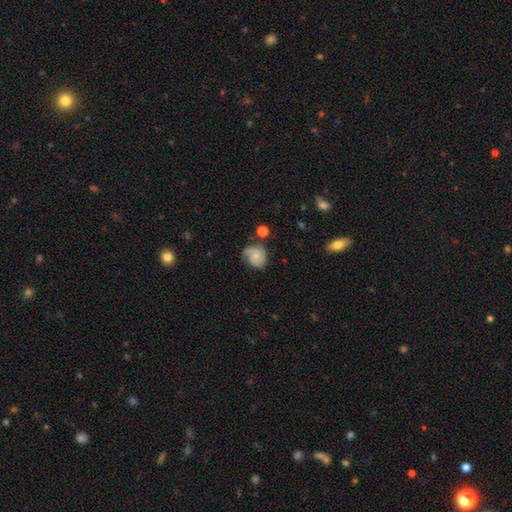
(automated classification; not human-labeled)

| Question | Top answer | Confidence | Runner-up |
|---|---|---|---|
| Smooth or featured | featured or disk | 60% | smooth (32%) |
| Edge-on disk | no | 98% | yes (2%) |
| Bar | no | 74% | weak (23%) |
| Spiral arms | yes | 89% | no (11%) |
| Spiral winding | tight | 44% | medium (37%) |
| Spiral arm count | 2 | 39% | 1 (31%) |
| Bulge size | small | 61% | moderate (28%) |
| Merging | none | 50% | minor disturbance (29%) |